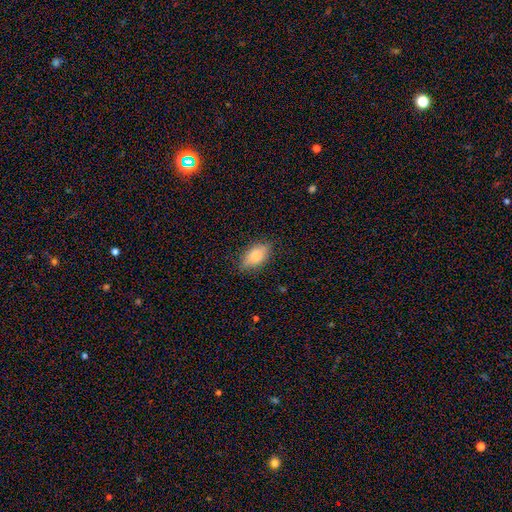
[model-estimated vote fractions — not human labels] Overall: smooth (82%). How rounded: in between (90%). Merging: none (77%).